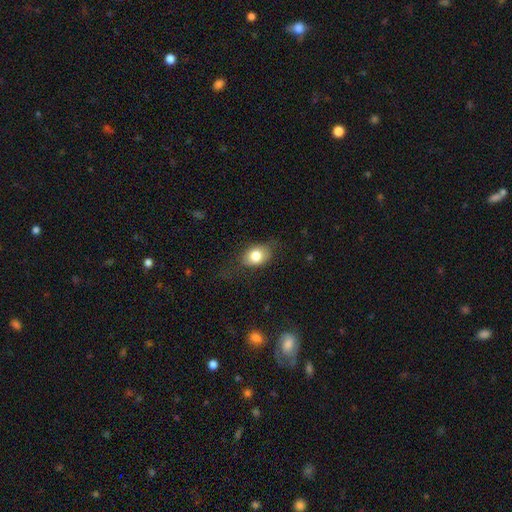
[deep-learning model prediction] Morphology: type=smooth (78%); roundness=in between (68%); merging=none (67%).